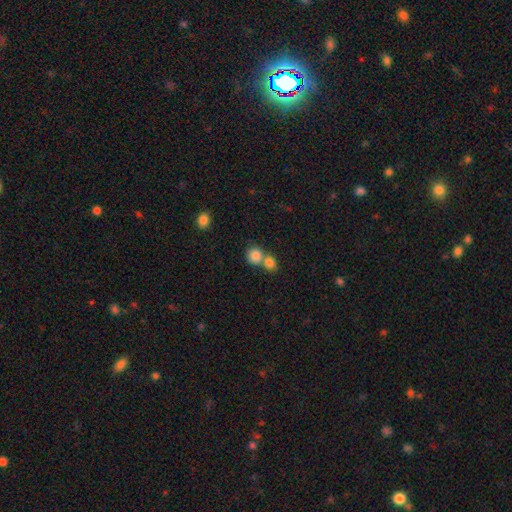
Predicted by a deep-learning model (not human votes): Smooth or featured?
  - smooth: 84% *
  - star or artifact: 9%
  - featured or disk: 7%
How rounded?
  - round: 82% *
  - in between: 17%
  - cigar-shaped: 1%
Merging?
  - merger: 53% *
  - none: 38%
  - minor disturbance: 6%
  - major disturbance: 2%